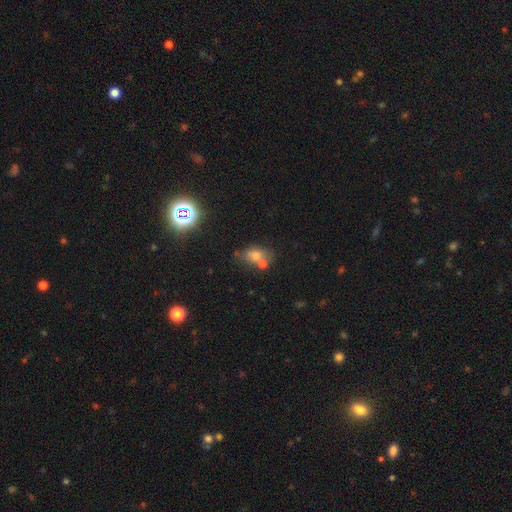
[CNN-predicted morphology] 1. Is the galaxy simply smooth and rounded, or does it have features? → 64% smooth, 19% featured or disk, 18% star or artifact.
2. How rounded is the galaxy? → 72% in between, 25% round, 3% cigar-shaped.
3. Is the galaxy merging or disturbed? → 46% none, 31% merger, 16% minor disturbance, 7% major disturbance.